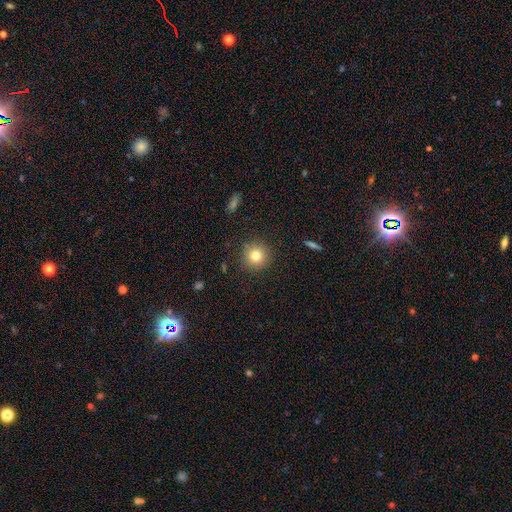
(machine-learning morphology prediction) Smooth or featured?
  - smooth: 80% *
  - star or artifact: 11%
  - featured or disk: 9%
How rounded?
  - round: 95% *
  - in between: 5%
  - cigar-shaped: 1%
Merging?
  - none: 90% *
  - minor disturbance: 7%
  - major disturbance: 2%
  - merger: 1%